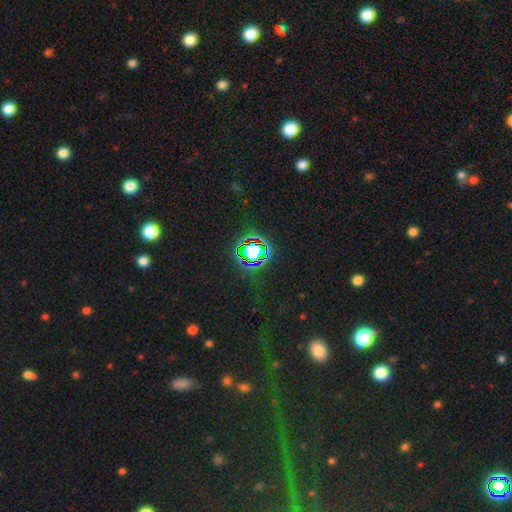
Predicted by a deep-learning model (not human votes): Smooth or featured? star or artifact (75%)